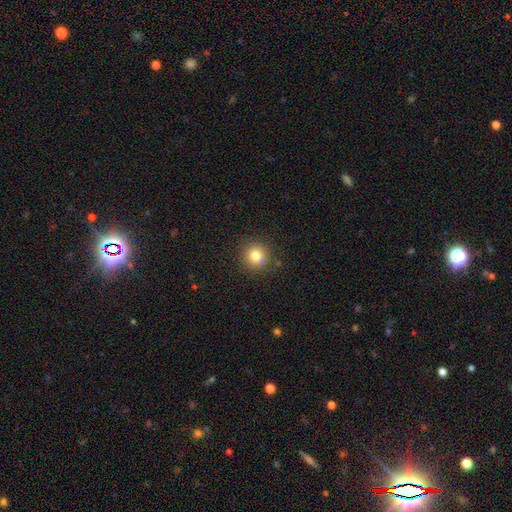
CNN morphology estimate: Overall: smooth (81%). How rounded: round (92%). Merging: none (88%).